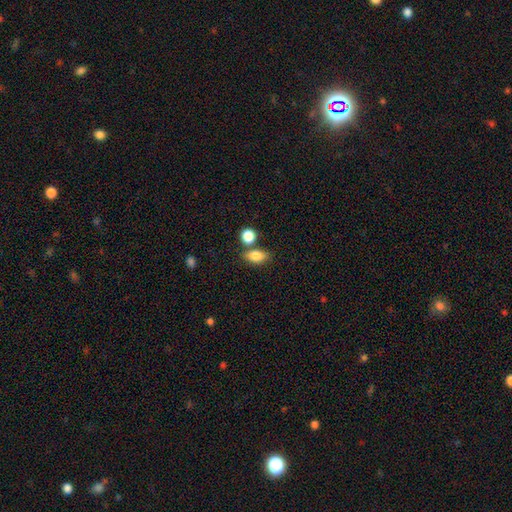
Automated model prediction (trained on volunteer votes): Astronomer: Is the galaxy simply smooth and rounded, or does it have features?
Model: smooth — 83%.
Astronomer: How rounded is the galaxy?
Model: in between — 80%.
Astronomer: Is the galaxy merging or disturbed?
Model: none — 62%.